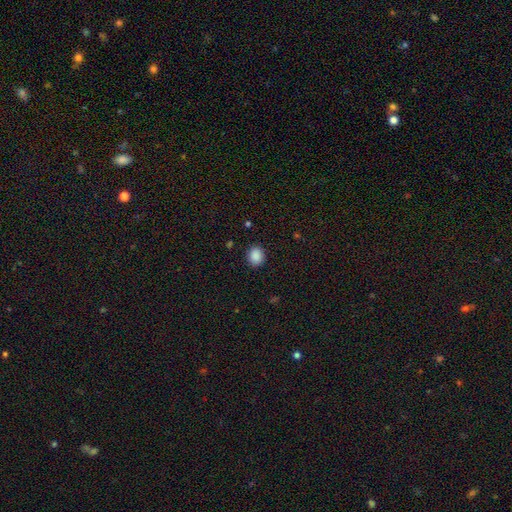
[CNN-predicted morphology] smooth-or-featured: smooth: 88% | star or artifact: 9% | featured or disk: 3%
  how-rounded: round: 68% | in between: 31% | cigar-shaped: 1%
  merging: none: 89% | minor disturbance: 7% | major disturbance: 2% | merger: 1%